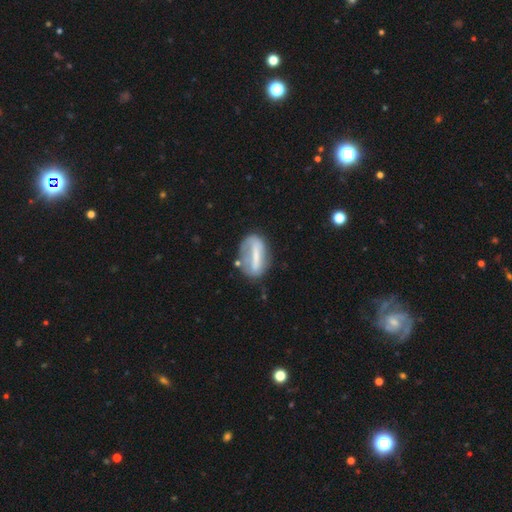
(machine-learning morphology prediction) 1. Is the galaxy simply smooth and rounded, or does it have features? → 52% featured or disk, 40% smooth, 8% star or artifact.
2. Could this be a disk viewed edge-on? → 86% no, 14% yes.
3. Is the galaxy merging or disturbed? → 52% none, 26% minor disturbance, 16% major disturbance, 7% merger.